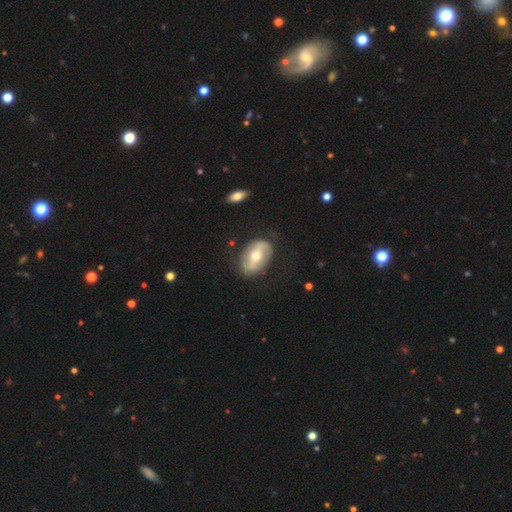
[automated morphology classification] Q: Smooth or featured?
A: featured or disk (58%); runner-up: smooth (36%)
Q: Edge-on disk?
A: no (92%); runner-up: yes (8%)
Q: Bar?
A: strong (37%); runner-up: weak (33%)
Q: Spiral arms?
A: no (54%); runner-up: yes (46%)
Q: Bulge size?
A: moderate (75%); runner-up: small (17%)
Q: Merging?
A: none (77%); runner-up: minor disturbance (15%)